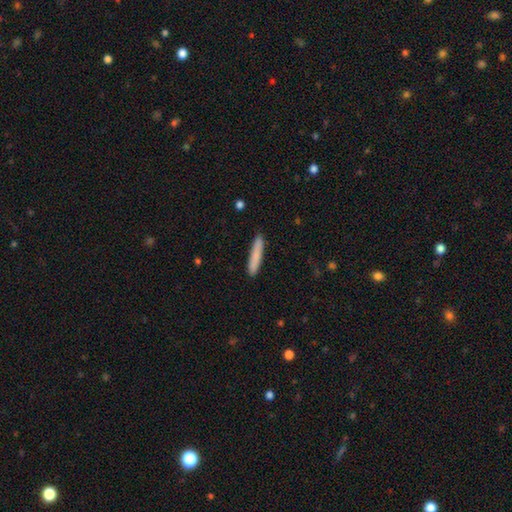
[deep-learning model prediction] Overall: smooth (83%). How rounded: cigar-shaped (93%). Merging: none (90%).